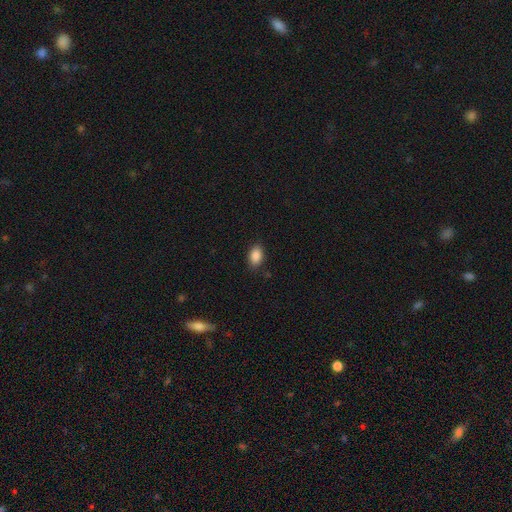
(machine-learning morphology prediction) type=smooth (88%); roundness=in between (88%); merging=none (86%).